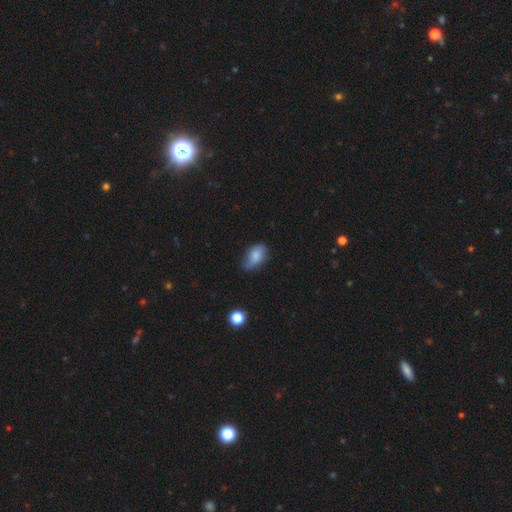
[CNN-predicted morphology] Smooth or featured? smooth (80%)
How rounded? in between (90%)
Merging? none (59%)